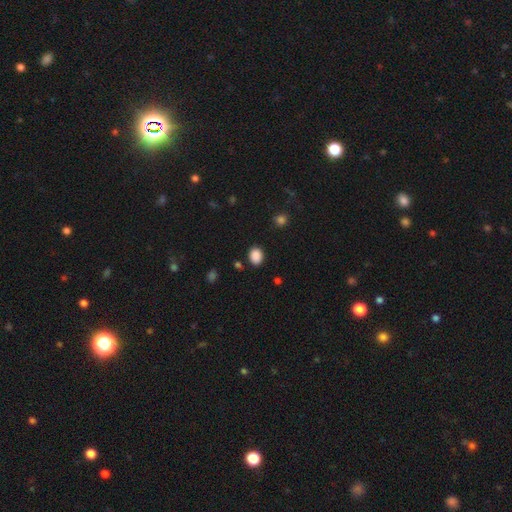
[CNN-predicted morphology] A smooth galaxy with no disk features (87%) that is in between round and cigar-shaped (54%). Merging: none (84%).